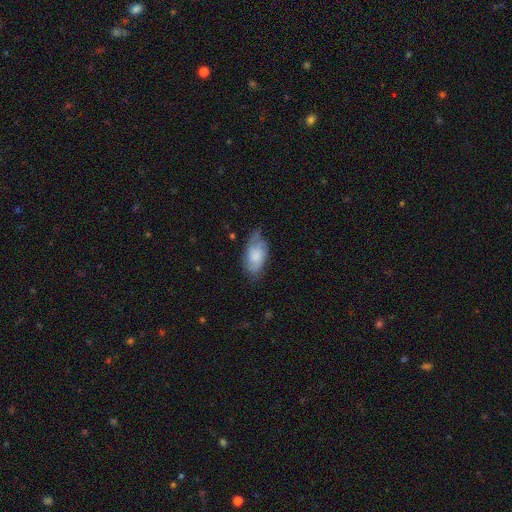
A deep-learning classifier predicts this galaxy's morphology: Smooth or featured? smooth (62%)
How rounded? in between (93%)
Merging? none (51%)